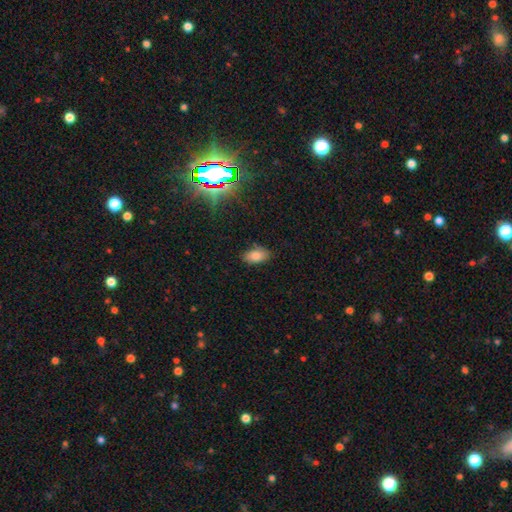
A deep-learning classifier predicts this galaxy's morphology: type=smooth (80%); roundness=in between (93%); merging=none (84%).